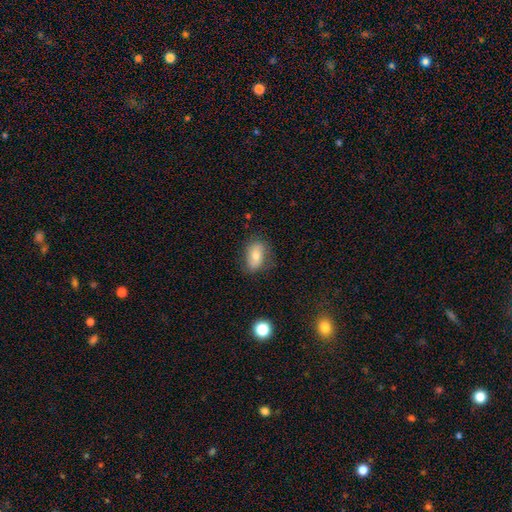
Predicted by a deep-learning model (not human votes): The model was most divided on "smooth or featured": smooth: 66%, featured or disk: 25%, star or artifact: 9%. More confident: how rounded — in between (86%); merging — none (71%).